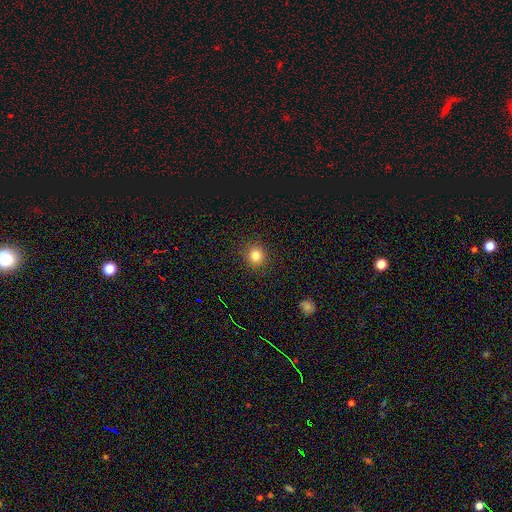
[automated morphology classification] This is clearly a smooth galaxy (81%). How rounded: clearly round (90%). Merging: clearly none (91%).